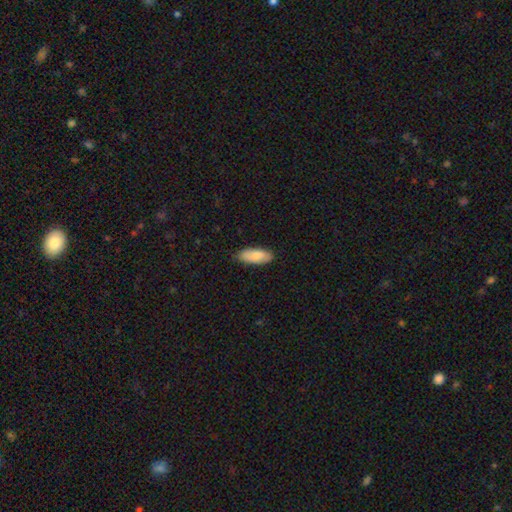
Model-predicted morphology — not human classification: Overall: smooth (83%). How rounded: in between (81%). Merging: none (83%).